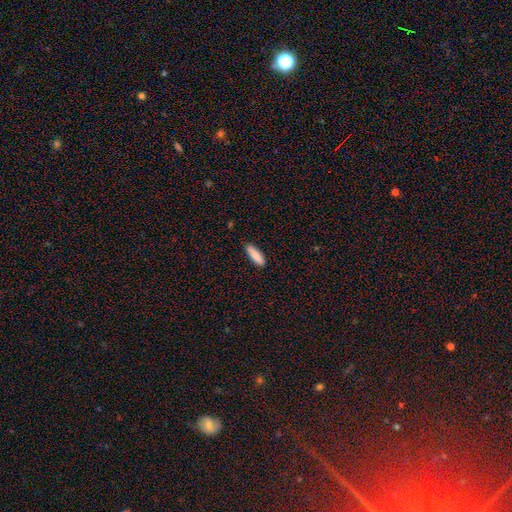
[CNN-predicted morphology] smooth-or-featured: smooth: 86% | featured or disk: 8% | star or artifact: 6%
  how-rounded: cigar-shaped: 59% | in between: 39% | round: 2%
  merging: none: 84% | minor disturbance: 12% | major disturbance: 2% | merger: 1%